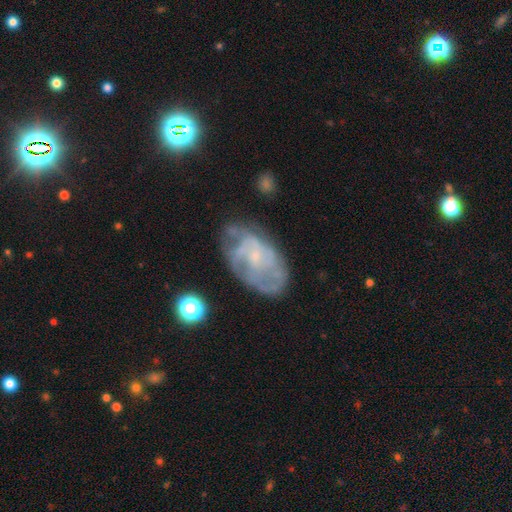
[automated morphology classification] smooth_or_featured: featured or disk (p=0.72) [alt: smooth p=0.19]
disk_edge_on: no (p=0.96) [alt: yes p=0.04]
bar: no (p=0.70) [alt: weak p=0.26]
has_spiral_arms: yes (p=0.74) [alt: no p=0.26]
spiral_winding: tight (p=0.47) [alt: medium p=0.37]
spiral_arm_count: can't tell (p=0.54) [alt: 2 p=0.18]
bulge_size: small (p=0.67) [alt: none p=0.16]
merging: none (p=0.57) [alt: minor disturbance p=0.25]